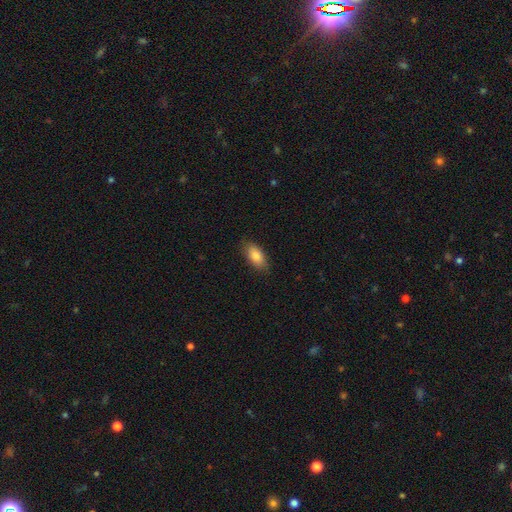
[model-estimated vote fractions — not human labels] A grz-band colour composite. It shows a smooth galaxy with no disk features (84%) that is in between round and cigar-shaped (88%). Merging: none (85%).